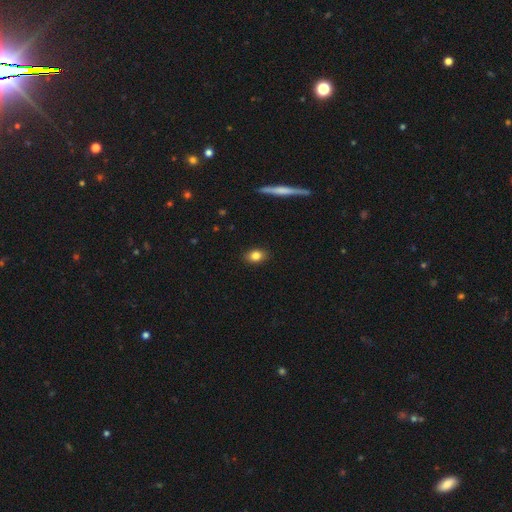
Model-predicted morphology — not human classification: Q: Smooth or featured?
A: smooth (82%); runner-up: star or artifact (9%)
Q: How rounded?
A: in between (72%); runner-up: round (25%)
Q: Merging?
A: none (89%); runner-up: minor disturbance (8%)